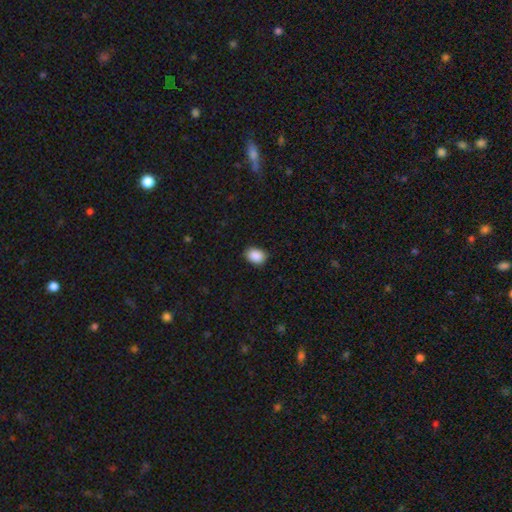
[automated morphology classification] type=smooth (90%); roundness=in between (69%); merging=none (87%).